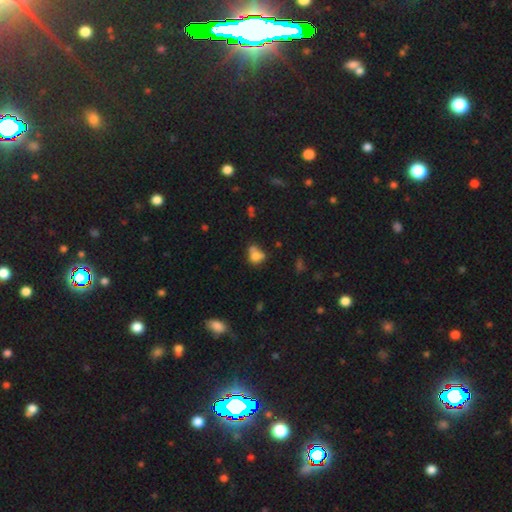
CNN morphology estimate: smooth_or_featured: smooth (p=0.72) [alt: featured or disk p=0.15]
how_rounded: round (p=0.52) [alt: in between p=0.46]
merging: merger (p=0.36) [alt: none p=0.34]